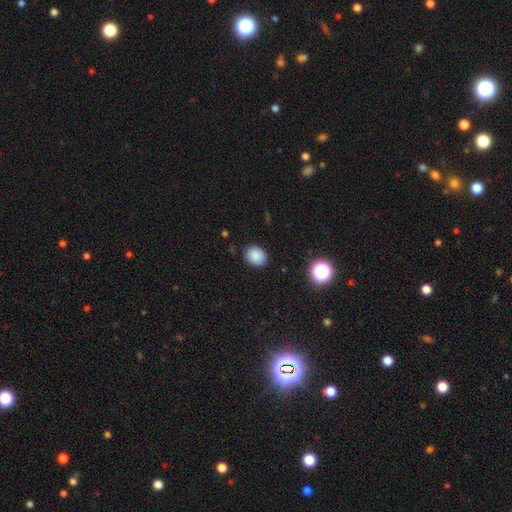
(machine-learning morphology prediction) Smooth or featured? smooth (86%)
How rounded? round (54%)
Merging? none (87%)